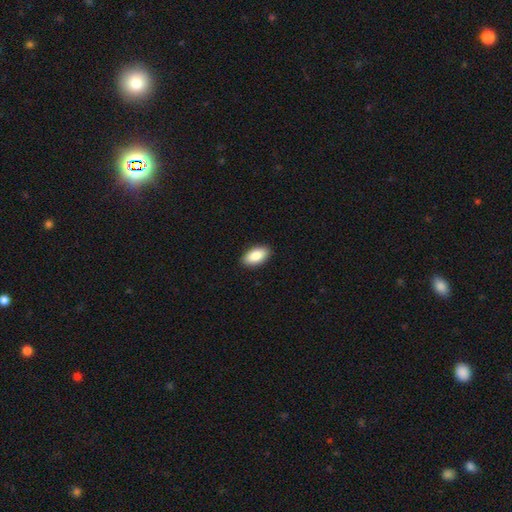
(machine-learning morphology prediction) A smooth galaxy with no disk features (87%) that is in between round and cigar-shaped (94%). Merging: none (90%).